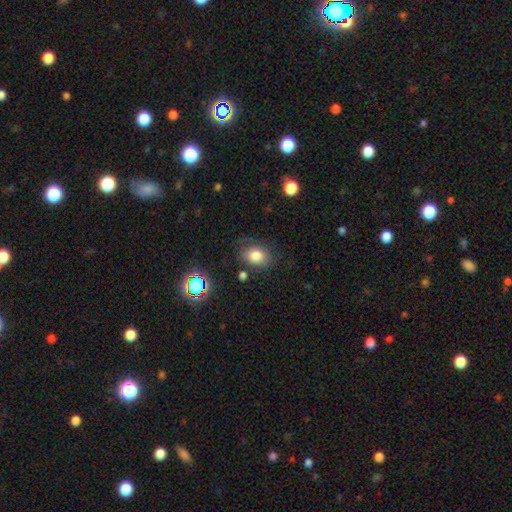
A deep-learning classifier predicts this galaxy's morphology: A smooth galaxy with no disk features (79%) that is in between round and cigar-shaped (66%).

Vote fractions:
- Smooth or featured? smooth: 79% / star or artifact: 11% / featured or disk: 10%
- How rounded? in between: 66% / round: 33% / cigar-shaped: 1%
- Merging? none: 70% / minor disturbance: 20% / major disturbance: 7% / merger: 3%